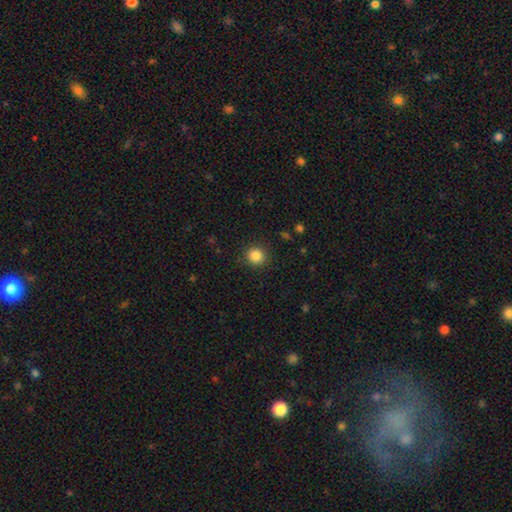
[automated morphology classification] Smooth or featured? Predicted: smooth (p=0.85). How rounded? Predicted: round (p=0.92). Merging? Predicted: none (p=0.90).